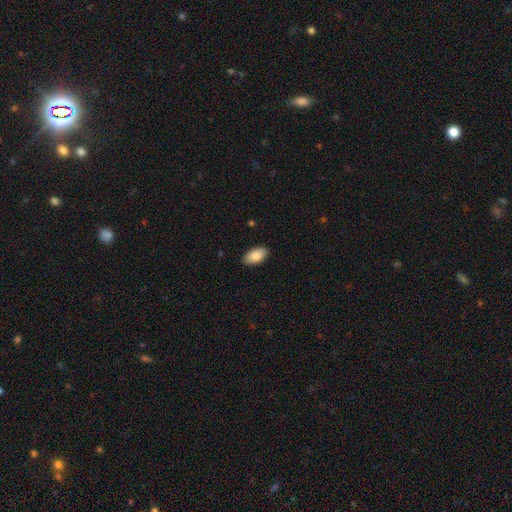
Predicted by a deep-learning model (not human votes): This appears to be a smooth galaxy with no disk features (87%) that is in between round and cigar-shaped (95%). Merging: none (88%).